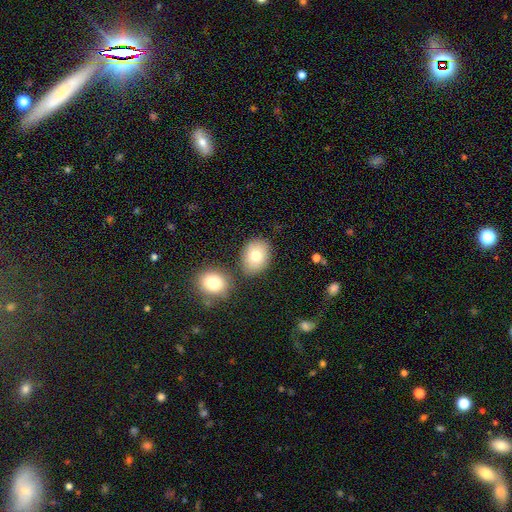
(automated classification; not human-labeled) This appears to be a smooth galaxy with no disk features (77%) that is in between round and cigar-shaped (56%). Merging: none (73%).